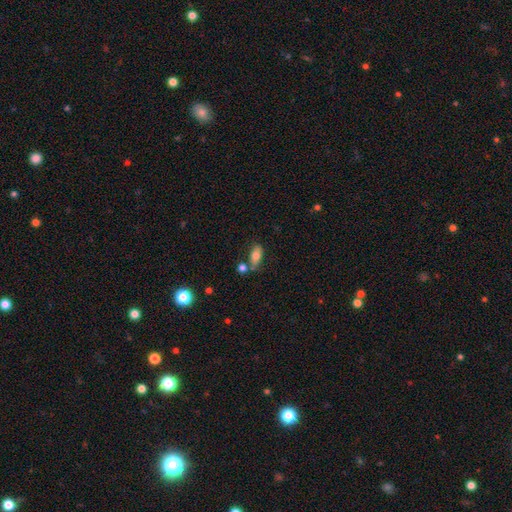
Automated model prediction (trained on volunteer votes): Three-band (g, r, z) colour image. It shows a smooth galaxy with no disk features (74%) that is in between round and cigar-shaped (85%). Merging: none (59%).